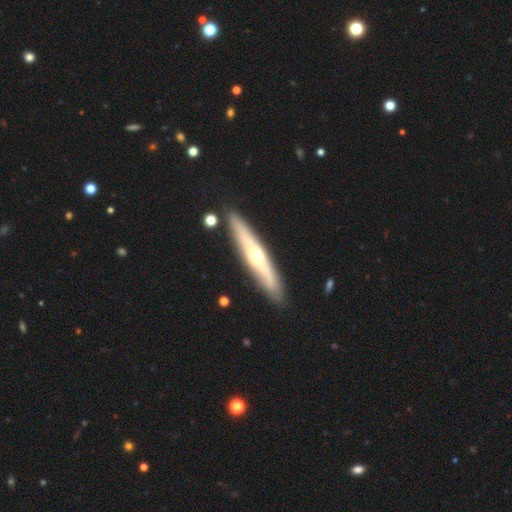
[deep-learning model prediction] The model was most divided on "smooth or featured": featured or disk: 65%, smooth: 30%, star or artifact: 5%. More confident: edge-on bulge — rounded (88%); merging — none (88%); edge-on disk — yes (86%).